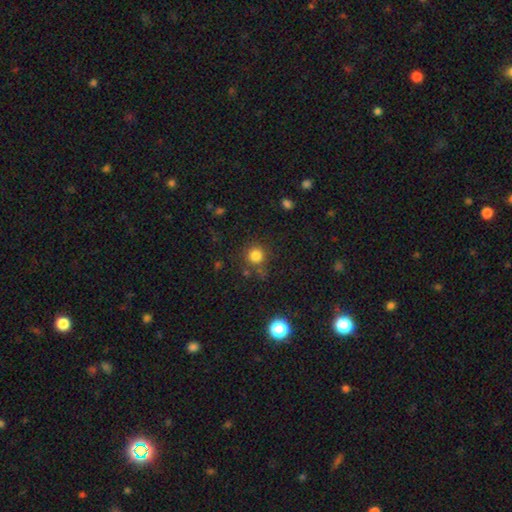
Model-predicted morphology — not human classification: smooth 81%, star or artifact 14%, featured or disk 5%. Down the decision tree: how rounded — round (93%); merging — none (78%).